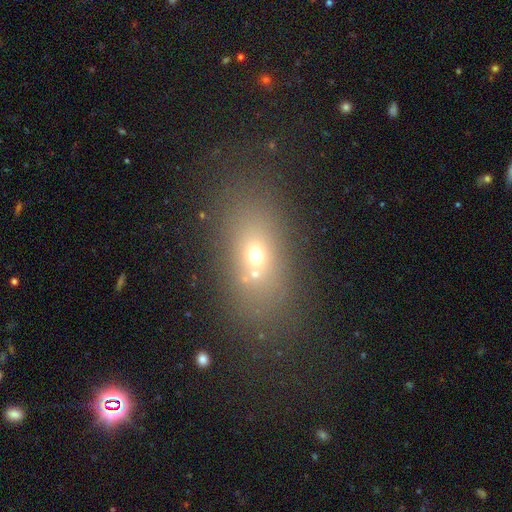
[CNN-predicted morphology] This appears to be a smooth galaxy with no disk features (56%) that is in between round and cigar-shaped (69%). Merging: none (53%).